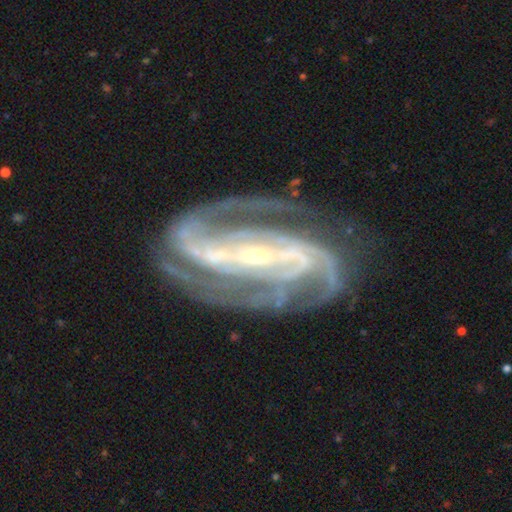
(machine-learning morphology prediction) A featured or disk galaxy (92%) with a strong bar (75%), 2 (50%) tight (46%) spiral arms (98%) and a small central bulge (77%).

Vote fractions:
- Smooth or featured? featured or disk: 92% / star or artifact: 5% / smooth: 3%
- Edge-on disk? no: 96% / yes: 4%
- Bar? strong: 75% / weak: 16% / no: 9%
- Spiral arms? yes: 98% / no: 2%
- Spiral winding? tight: 46% / medium: 45% / loose: 9%
- Spiral arm count? 2: 50% / 3: 22% / 4: 10% / can't tell: 8% / more than 4: 5% / 1: 5%
- Bulge size? small: 77% / moderate: 19% / large: 2% / none: 2% / dominant: 1%
- Merging? none: 74% / minor disturbance: 16% / major disturbance: 8% / merger: 2%